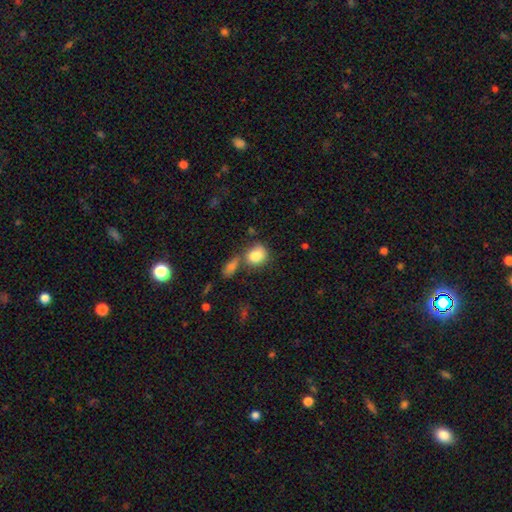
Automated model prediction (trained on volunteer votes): A smooth galaxy with no disk features (83%) that is round (60%).

Vote fractions:
- Smooth or featured? smooth: 83% / featured or disk: 9% / star or artifact: 8%
- How rounded? round: 60% / in between: 39% / cigar-shaped: 1%
- Merging? none: 52% / merger: 28% / minor disturbance: 15% / major disturbance: 6%